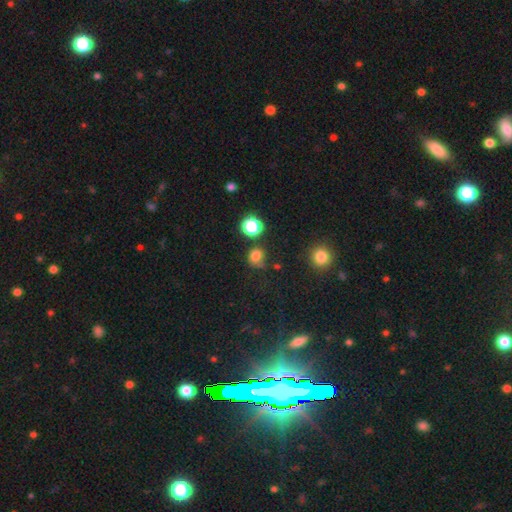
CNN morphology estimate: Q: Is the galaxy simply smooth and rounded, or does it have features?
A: smooth — 76%.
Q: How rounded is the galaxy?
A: round — 74%.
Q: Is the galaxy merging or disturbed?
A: none — 57%.